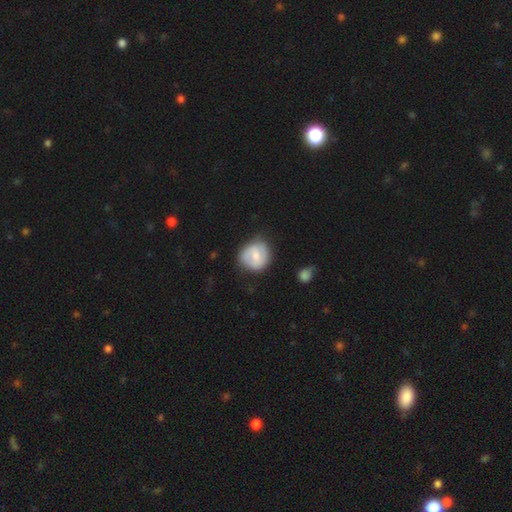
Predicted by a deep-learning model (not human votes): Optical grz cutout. It shows a smooth galaxy with no disk features (59%) that is round (80%). Merging: none (68%).